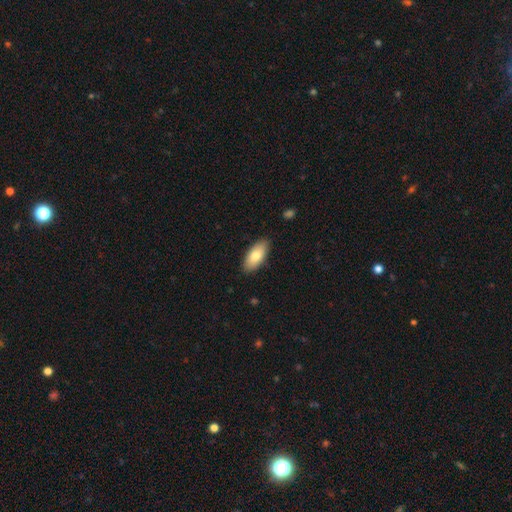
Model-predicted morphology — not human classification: smooth_or_featured: smooth (p=0.79) [alt: featured or disk p=0.15]
how_rounded: in between (p=0.88) [alt: cigar-shaped p=0.10]
merging: none (p=0.87) [alt: minor disturbance p=0.10]